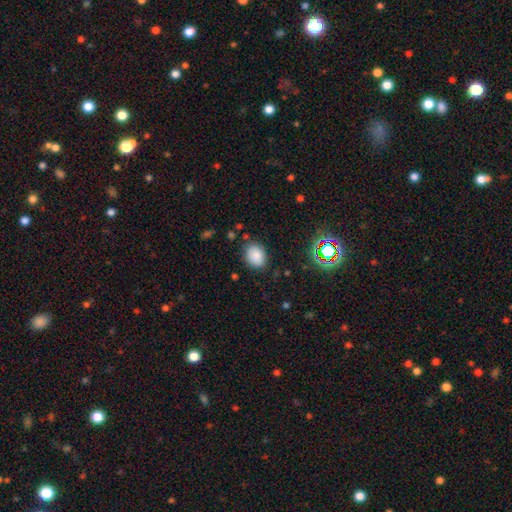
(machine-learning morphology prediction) This is clearly a smooth galaxy (83%). How rounded: likely in between (60%). Merging: clearly none (82%).